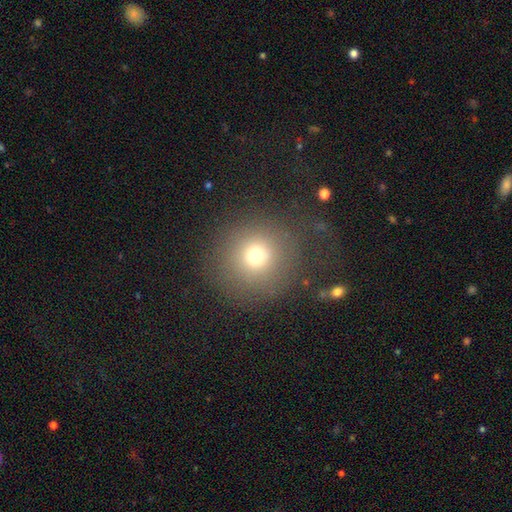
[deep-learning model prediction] smooth-or-featured: smooth: 71% | star or artifact: 17% | featured or disk: 12%
  how-rounded: round: 94% | in between: 5% | cigar-shaped: 1%
  merging: none: 80% | minor disturbance: 10% | major disturbance: 8% | merger: 2%